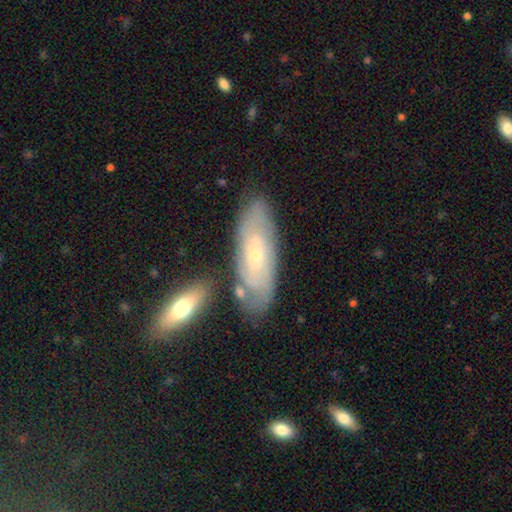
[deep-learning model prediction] Q: Smooth or featured?
A: featured or disk (65%); runner-up: smooth (28%)
Q: Edge-on disk?
A: no (86%); runner-up: yes (14%)
Q: Bar?
A: no (78%); runner-up: weak (19%)
Q: Spiral arms?
A: yes (81%); runner-up: no (19%)
Q: Bulge size?
A: small (79%); runner-up: moderate (17%)
Q: Merging?
A: none (70%); runner-up: minor disturbance (17%)